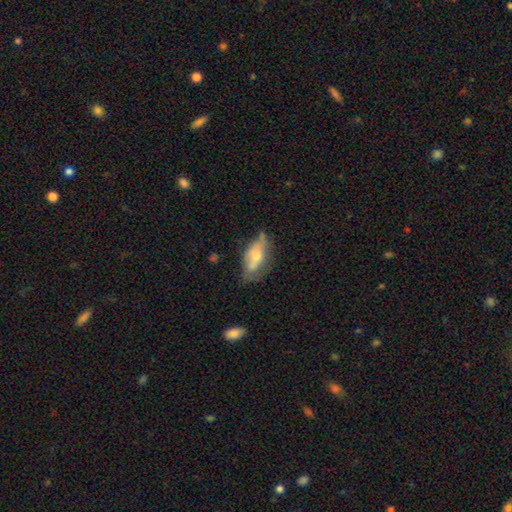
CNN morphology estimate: The model was most divided on "merging": none: 45%, minor disturbance: 34%, major disturbance: 15%, merger: 6%. More confident: how rounded — in between (79%); smooth or featured — smooth (55%).